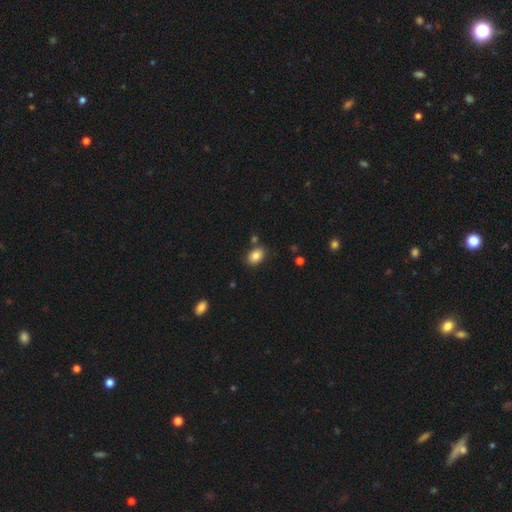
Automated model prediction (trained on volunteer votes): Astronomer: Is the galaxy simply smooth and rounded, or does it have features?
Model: smooth — 84%.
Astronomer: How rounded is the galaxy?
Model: in between — 79%.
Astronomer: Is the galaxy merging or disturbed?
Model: none — 80%.